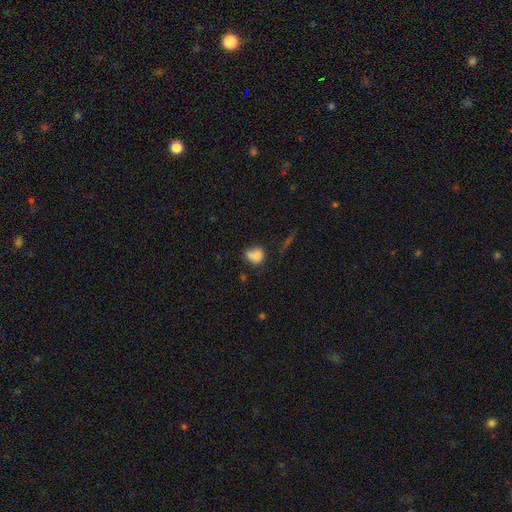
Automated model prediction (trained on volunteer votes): Smooth or featured? Predicted: smooth (p=0.74). How rounded? Predicted: in between (p=0.52). Merging? Predicted: none (p=0.36).